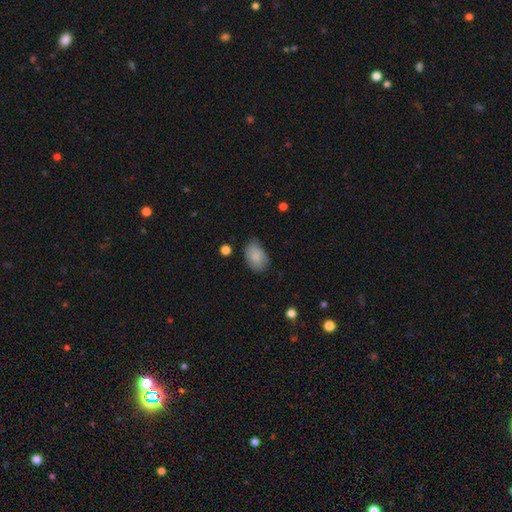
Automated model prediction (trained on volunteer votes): A smooth galaxy with no disk features (86%) that is in between round and cigar-shaped (87%). Merging: none (67%).